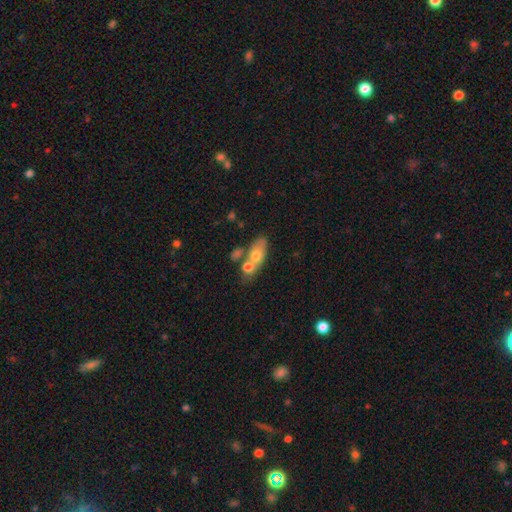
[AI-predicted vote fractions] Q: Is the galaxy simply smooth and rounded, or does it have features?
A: smooth — 64%.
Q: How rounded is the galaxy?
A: in between — 74%.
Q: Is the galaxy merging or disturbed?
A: merger — 52%.